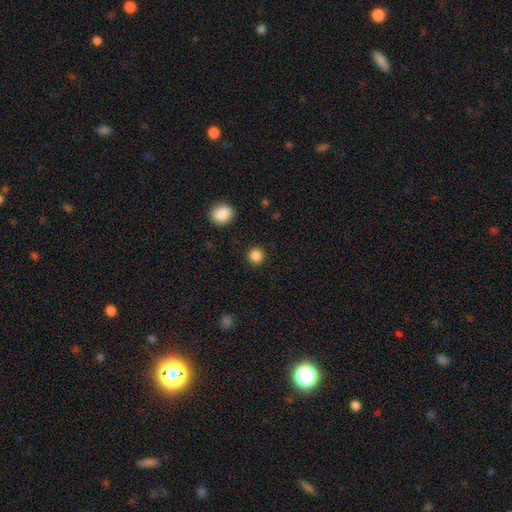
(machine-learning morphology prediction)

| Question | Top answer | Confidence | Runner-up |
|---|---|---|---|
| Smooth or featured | smooth | 86% | star or artifact (11%) |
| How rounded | round | 93% | in between (6%) |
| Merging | none | 91% | minor disturbance (6%) |